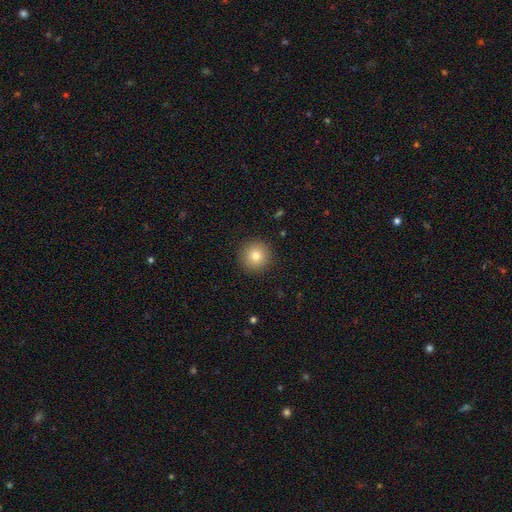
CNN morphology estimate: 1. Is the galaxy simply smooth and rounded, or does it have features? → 80% smooth, 11% star or artifact, 9% featured or disk.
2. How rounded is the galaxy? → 96% round, 3% in between, 1% cigar-shaped.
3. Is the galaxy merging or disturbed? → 92% none, 5% minor disturbance, 2% major disturbance, 1% merger.